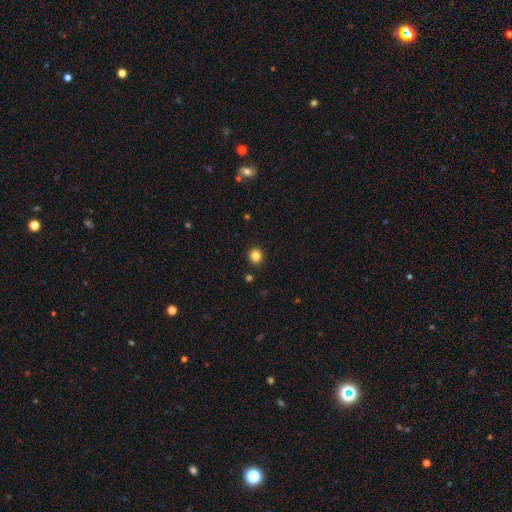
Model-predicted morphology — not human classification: smooth_or_featured: smooth (p=0.84) [alt: star or artifact p=0.12]
how_rounded: round (p=0.89) [alt: in between p=0.10]
merging: none (p=0.92) [alt: minor disturbance p=0.05]